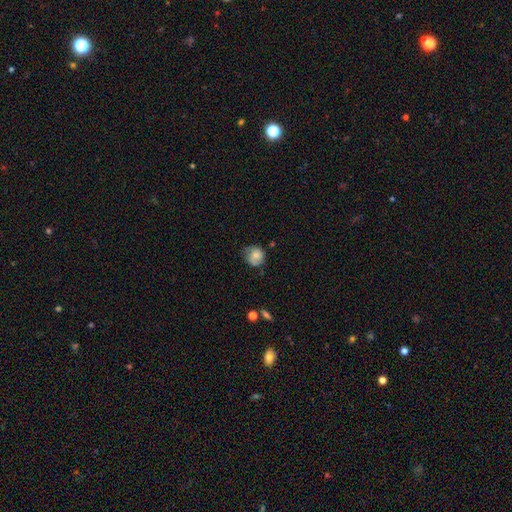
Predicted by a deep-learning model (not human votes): A smooth galaxy with no disk features (71%) that is round (79%). Merging: none (52%).